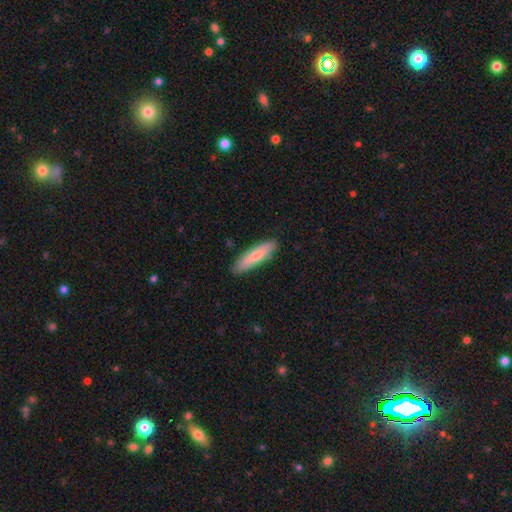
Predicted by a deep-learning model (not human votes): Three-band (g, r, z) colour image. It shows a smooth galaxy with no disk features (75%) that is cigar-shaped (75%). Merging: none (88%).